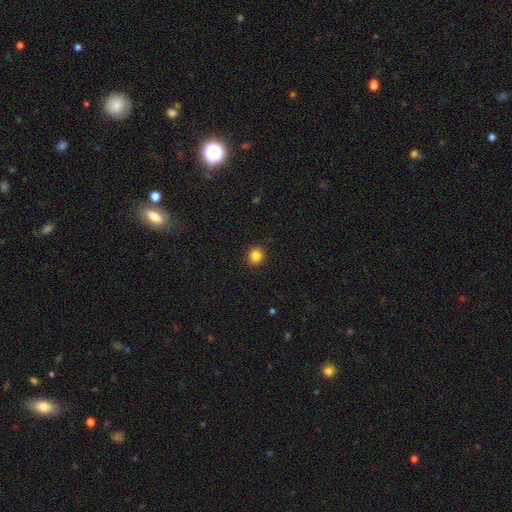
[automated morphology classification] Smooth or featured? Predicted: smooth (p=0.84). How rounded? Predicted: round (p=0.87). Merging? Predicted: none (p=0.92).